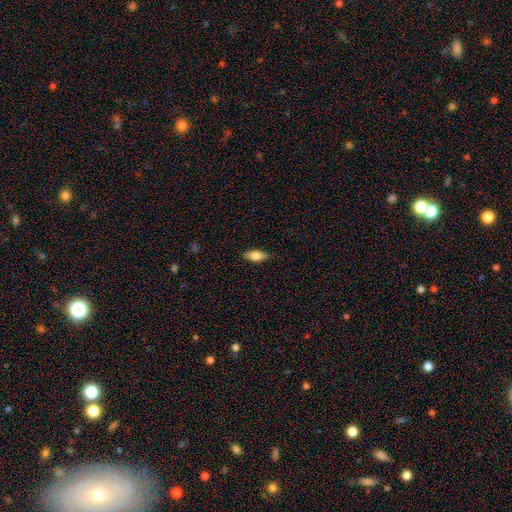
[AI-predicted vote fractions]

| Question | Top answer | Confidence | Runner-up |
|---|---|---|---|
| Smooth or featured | smooth | 71% | featured or disk (22%) |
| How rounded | in between | 79% | cigar-shaped (17%) |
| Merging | none | 86% | minor disturbance (11%) |